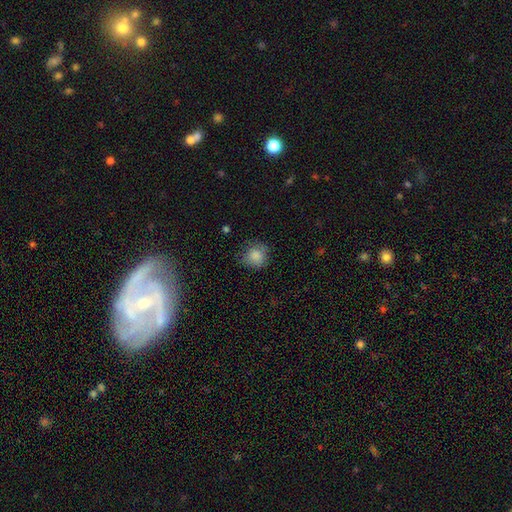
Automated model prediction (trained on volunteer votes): Q: Smooth or featured?
A: smooth (84%); runner-up: star or artifact (9%)
Q: How rounded?
A: round (87%); runner-up: in between (12%)
Q: Merging?
A: none (71%); runner-up: minor disturbance (21%)